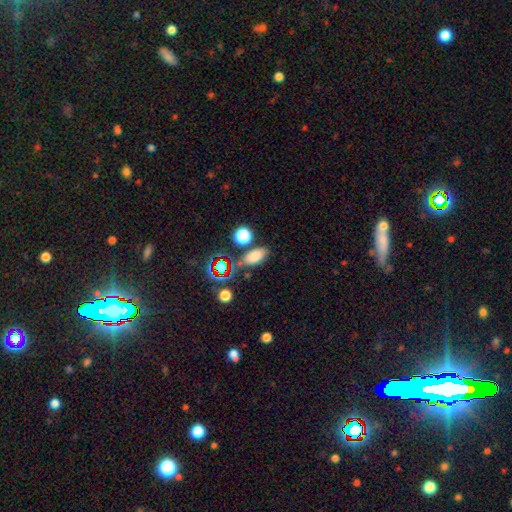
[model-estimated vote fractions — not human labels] Smooth or featured?
  - smooth: 75% *
  - star or artifact: 17%
  - featured or disk: 8%
How rounded?
  - in between: 84% *
  - round: 10%
  - cigar-shaped: 6%
Merging?
  - none: 72% *
  - minor disturbance: 13%
  - merger: 10%
  - major disturbance: 5%